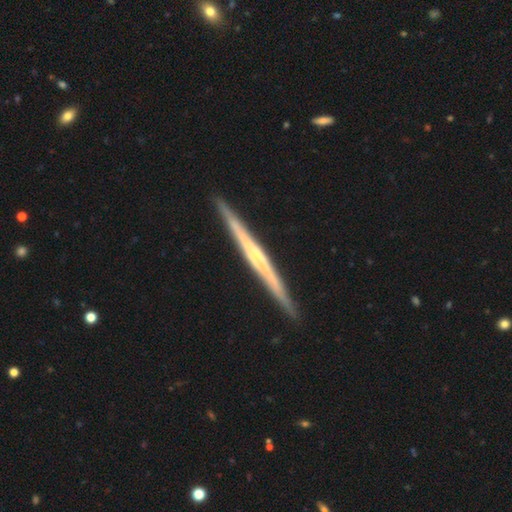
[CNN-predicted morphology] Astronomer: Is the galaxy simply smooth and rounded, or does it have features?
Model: featured or disk — 78%.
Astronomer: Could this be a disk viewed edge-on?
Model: yes — 98%.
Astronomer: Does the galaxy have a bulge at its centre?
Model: rounded — 43% (runner-up: none, 41%).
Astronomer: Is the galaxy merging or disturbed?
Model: none — 91%.